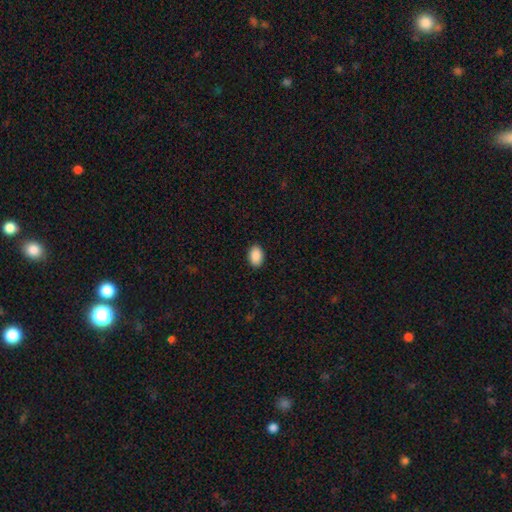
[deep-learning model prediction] A smooth galaxy with no disk features (90%) that is in between round and cigar-shaped (86%). Merging: none (90%).